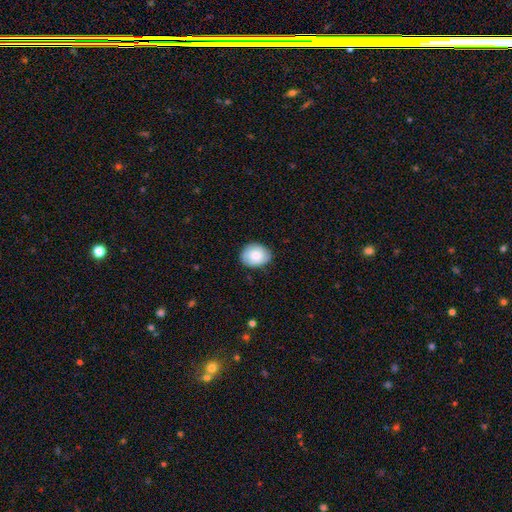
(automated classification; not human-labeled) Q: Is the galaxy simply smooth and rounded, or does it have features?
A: smooth — 77%.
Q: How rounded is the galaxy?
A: in between — 57%.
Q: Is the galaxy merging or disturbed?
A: none — 81%.